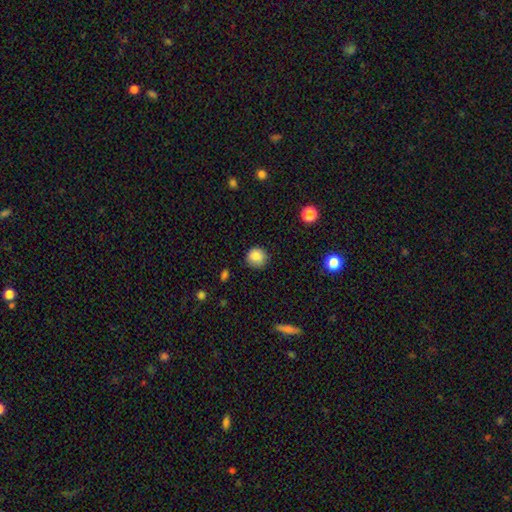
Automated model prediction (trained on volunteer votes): This is clearly a smooth galaxy (85%). How rounded: clearly round (88%). Merging: clearly none (84%).